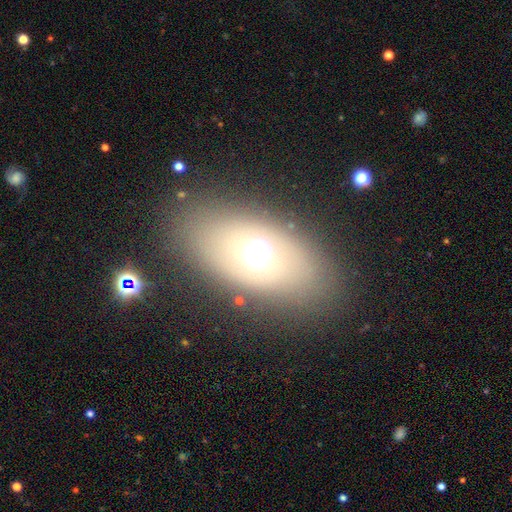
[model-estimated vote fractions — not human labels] Overall: smooth (49%; featured or disk 35%). Merging: none (80%).